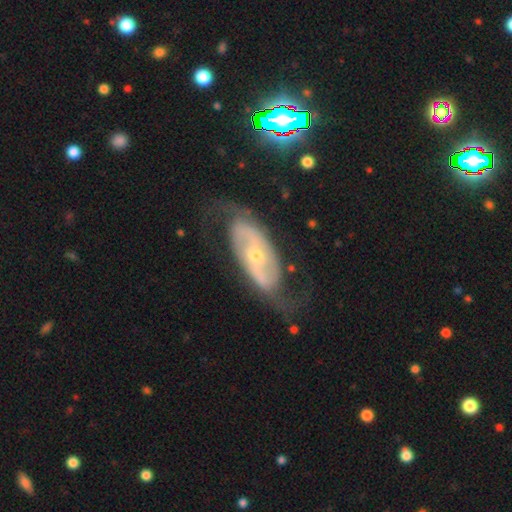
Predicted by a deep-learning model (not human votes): A featured or disk galaxy (80%) with no bar (48%), 2 (82%) medium (41%) spiral arms (80%) and a small central bulge (57%).

Vote fractions:
- Smooth or featured? featured or disk: 80% / smooth: 14% / star or artifact: 6%
- Edge-on disk? no: 91% / yes: 9%
- Bar? no: 48% / weak: 28% / strong: 24%
- Spiral arms? yes: 80% / no: 20%
- Spiral winding? medium: 41% / loose: 32% / tight: 27%
- Spiral arm count? 2: 82% / can't tell: 12% / 1: 2% / 3: 2% / 4: 1% / more than 4: 1%
- Bulge size? small: 57% / moderate: 39% / large: 2% / dominant: 1% / none: 1%
- Merging? none: 64% / minor disturbance: 17% / major disturbance: 17% / merger: 2%